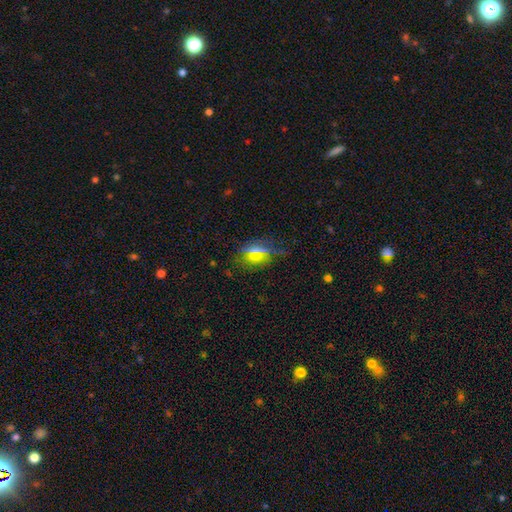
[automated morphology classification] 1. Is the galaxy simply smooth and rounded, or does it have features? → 61% smooth, 28% star or artifact, 11% featured or disk.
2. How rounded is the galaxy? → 51% in between, 43% round, 6% cigar-shaped.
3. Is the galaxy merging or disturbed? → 75% none, 16% minor disturbance, 6% major disturbance, 3% merger.